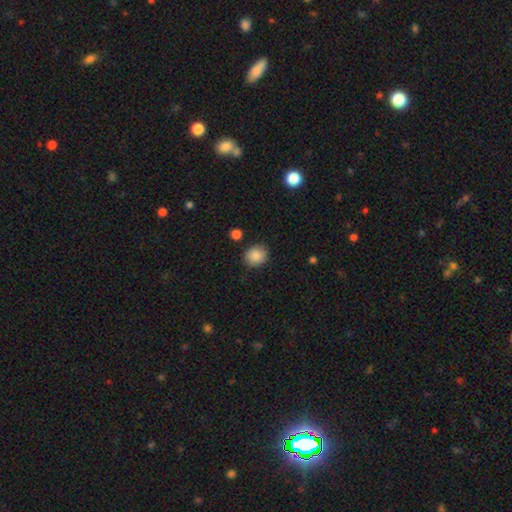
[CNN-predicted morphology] Smooth or featured? Predicted: smooth (p=0.87). How rounded? Predicted: round (p=0.81). Merging? Predicted: none (p=0.85).